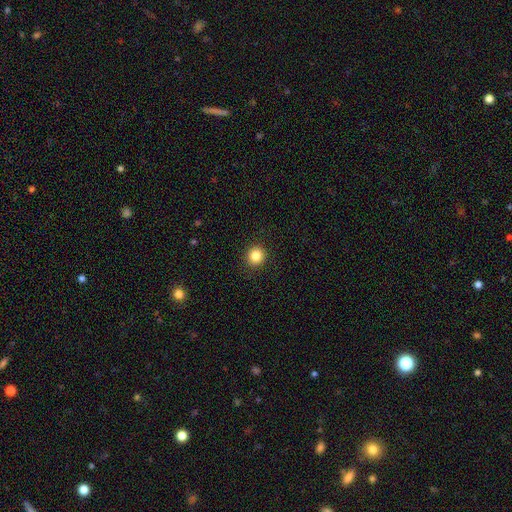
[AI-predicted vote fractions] A smooth galaxy with no disk features (84%) that is round (92%).

Vote fractions:
- Smooth or featured? smooth: 84% / star or artifact: 11% / featured or disk: 5%
- How rounded? round: 92% / in between: 7% / cigar-shaped: 1%
- Merging? none: 92% / minor disturbance: 5% / major disturbance: 2% / merger: 1%